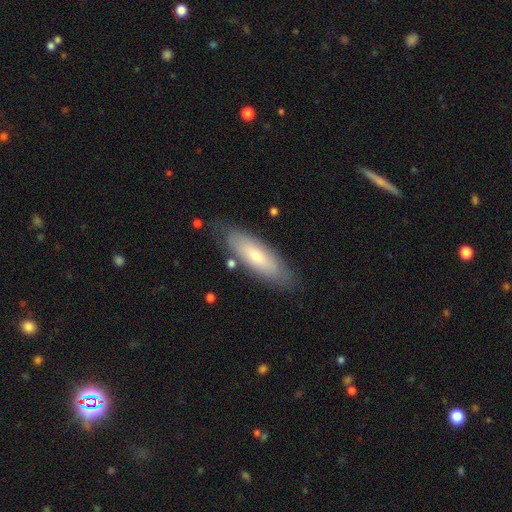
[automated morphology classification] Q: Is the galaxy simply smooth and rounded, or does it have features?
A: smooth — 64%.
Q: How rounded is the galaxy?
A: in between — 55%.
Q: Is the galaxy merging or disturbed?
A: none — 79%.